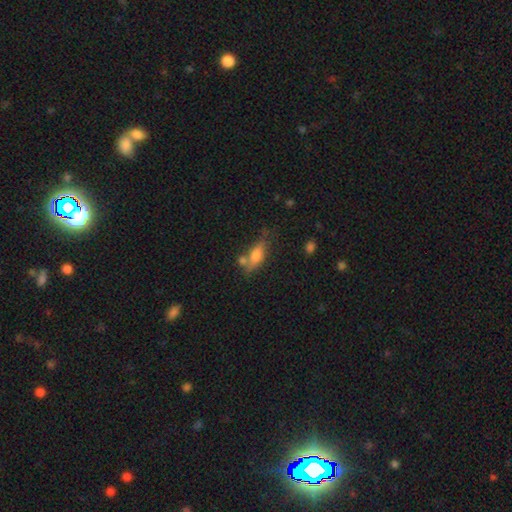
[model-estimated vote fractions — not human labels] Q: Smooth or featured?
A: smooth (67%); runner-up: featured or disk (25%)
Q: How rounded?
A: in between (66%); runner-up: cigar-shaped (30%)
Q: Merging?
A: none (53%); runner-up: merger (20%)